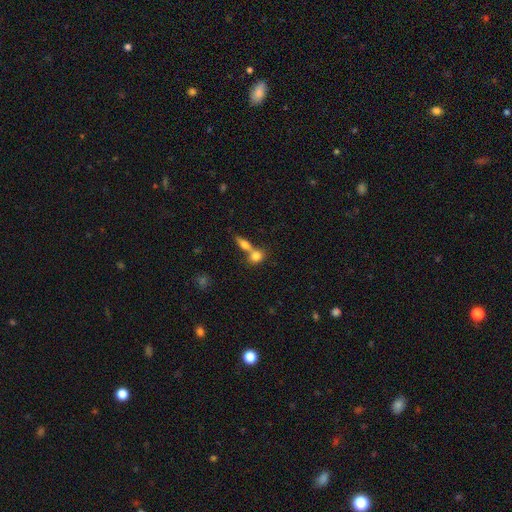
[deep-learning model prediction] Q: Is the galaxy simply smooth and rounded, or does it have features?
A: smooth — 78%.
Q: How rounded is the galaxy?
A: in between — 50%.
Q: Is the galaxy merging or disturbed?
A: merger — 59%.